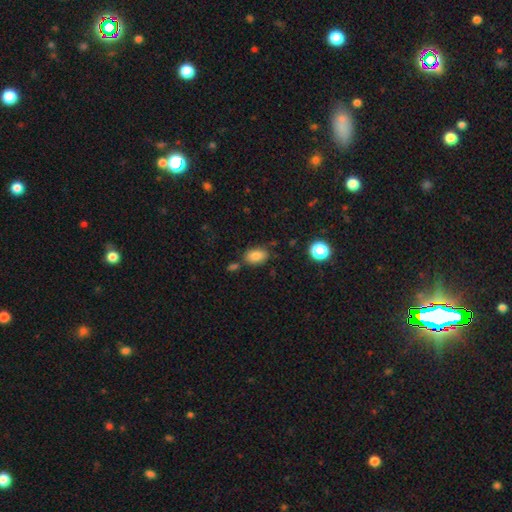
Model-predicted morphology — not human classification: smooth_or_featured: smooth (p=0.84) [alt: star or artifact p=0.10]
how_rounded: in between (p=0.85) [alt: round p=0.14]
merging: none (p=0.73) [alt: minor disturbance p=0.14]